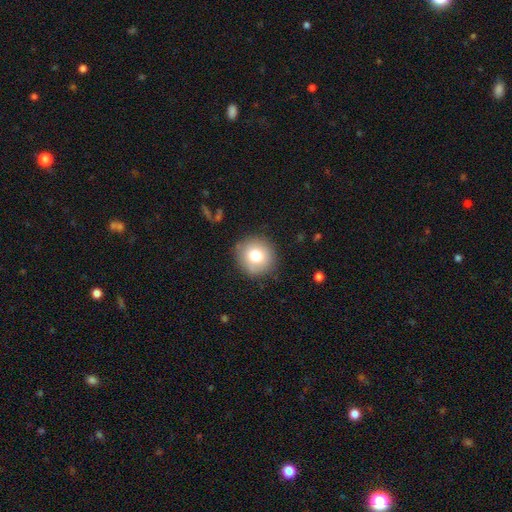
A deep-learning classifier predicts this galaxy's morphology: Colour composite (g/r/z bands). It shows a smooth galaxy with no disk features (75%) that is round (93%). Merging: none (87%).